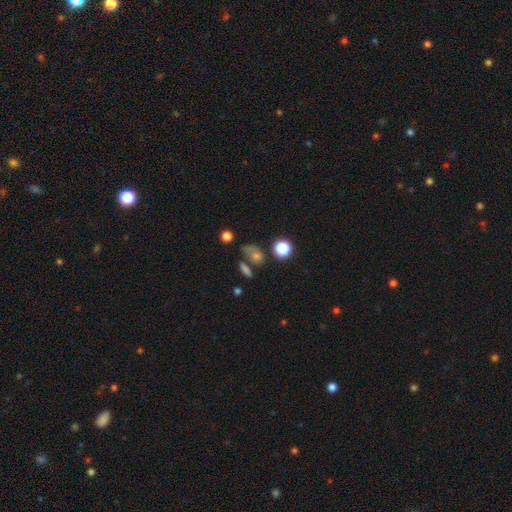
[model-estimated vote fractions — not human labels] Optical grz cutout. It shows a smooth galaxy with no disk features (65%) that is in between round and cigar-shaped (52%). Merging: none (54%).